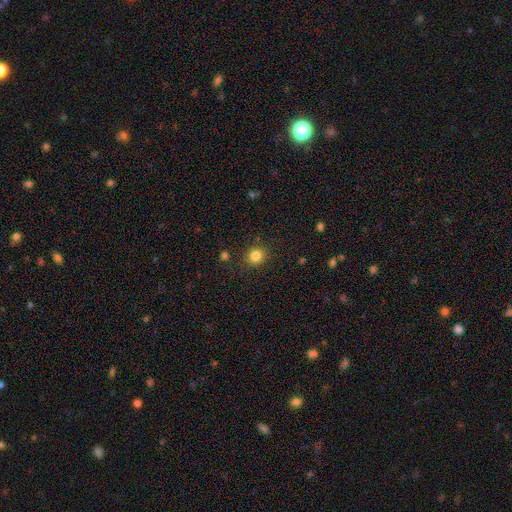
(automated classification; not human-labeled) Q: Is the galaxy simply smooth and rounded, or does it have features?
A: smooth — 83%.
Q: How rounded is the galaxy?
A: round — 80%.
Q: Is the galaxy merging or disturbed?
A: none — 87%.